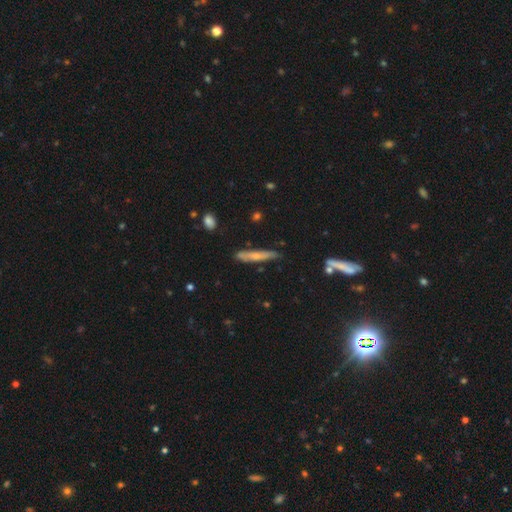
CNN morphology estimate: smooth_or_featured: smooth (p=0.57) [alt: featured or disk p=0.36]
how_rounded: cigar-shaped (p=0.91) [alt: in between p=0.07]
merging: none (p=0.78) [alt: minor disturbance p=0.17]